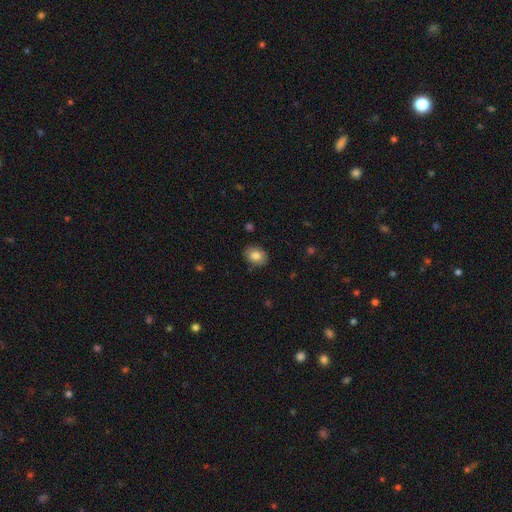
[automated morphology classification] Q: Smooth or featured?
A: smooth (83%); runner-up: featured or disk (10%)
Q: How rounded?
A: in between (62%); runner-up: round (37%)
Q: Merging?
A: none (86%); runner-up: minor disturbance (11%)